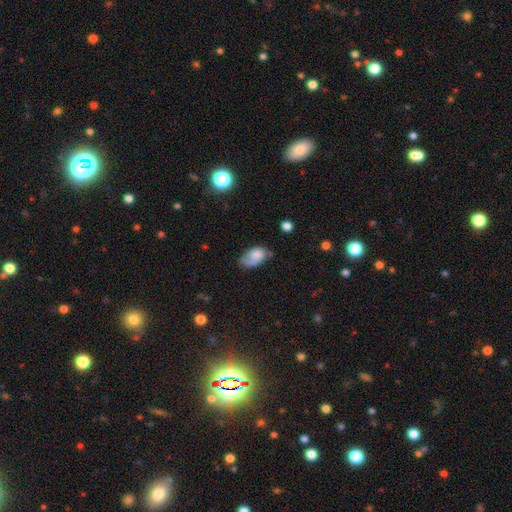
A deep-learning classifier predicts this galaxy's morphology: type=smooth (67%); roundness=in between (90%); merging=none (45%).